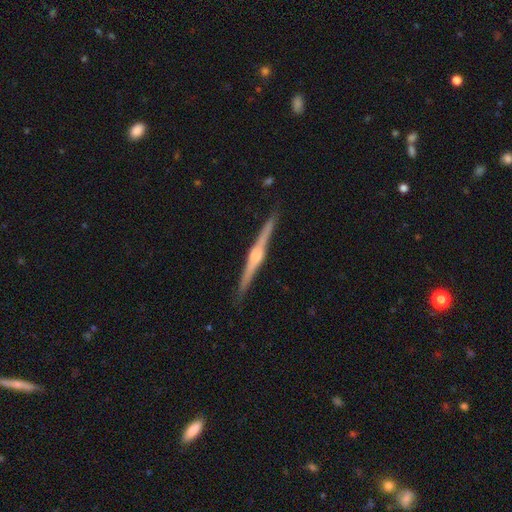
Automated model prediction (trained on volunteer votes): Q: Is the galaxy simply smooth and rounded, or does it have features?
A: featured or disk — 83%.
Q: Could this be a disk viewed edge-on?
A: yes — 98%.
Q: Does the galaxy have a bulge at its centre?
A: rounded — 76%.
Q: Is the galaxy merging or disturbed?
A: none — 90%.